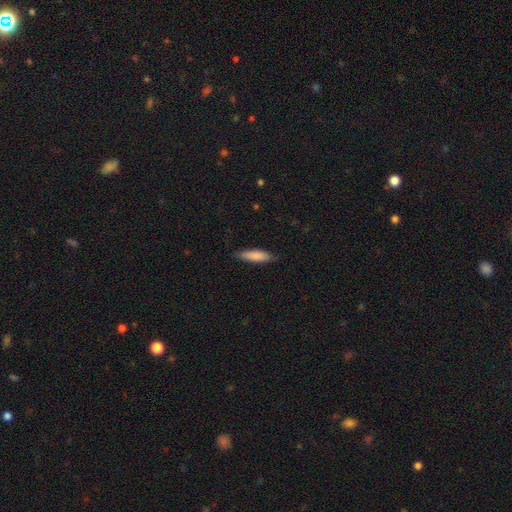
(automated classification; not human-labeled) smooth 84%, featured or disk 10%, star or artifact 6%. Down the decision tree: how rounded — cigar-shaped (62%); merging — none (82%).